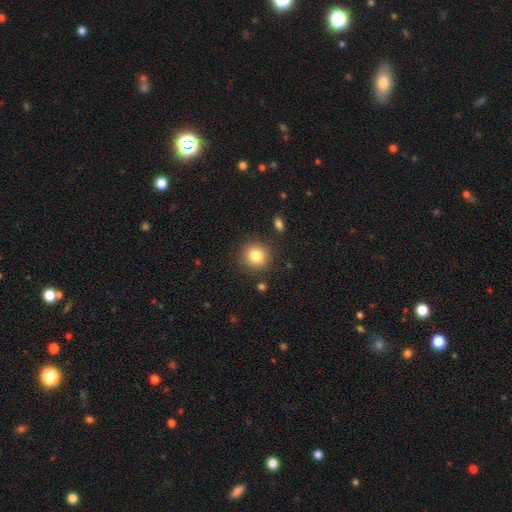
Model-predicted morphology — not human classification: Overall: smooth (83%). How rounded: round (90%). Merging: none (87%).